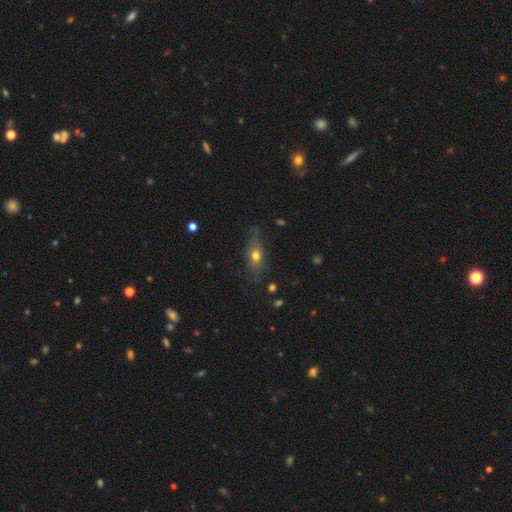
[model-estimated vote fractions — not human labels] This appears to be a smooth galaxy with no disk features (69%) that is in between round and cigar-shaped (71%). Merging: none (70%).